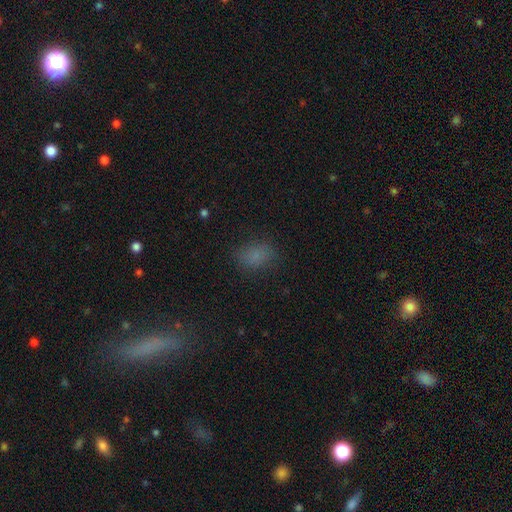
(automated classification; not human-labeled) A smooth galaxy with no disk features (77%) that is in between round and cigar-shaped (78%). Merging: none (77%).